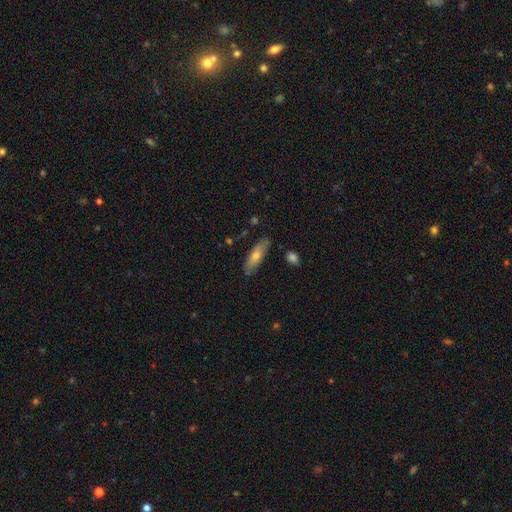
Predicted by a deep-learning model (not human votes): A smooth galaxy with no disk features (60%) that is cigar-shaped (57%).

Vote fractions:
- Smooth or featured? smooth: 60% / featured or disk: 33% / star or artifact: 8%
- How rounded? cigar-shaped: 57% / in between: 41% / round: 2%
- Merging? none: 84% / minor disturbance: 12% / major disturbance: 2% / merger: 2%